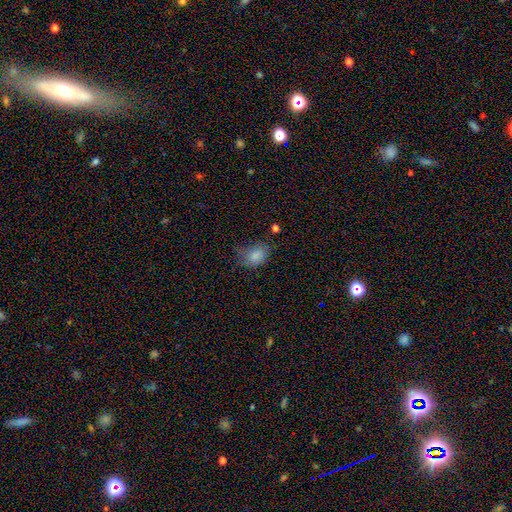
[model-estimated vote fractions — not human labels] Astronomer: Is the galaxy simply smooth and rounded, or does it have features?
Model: smooth — 80%.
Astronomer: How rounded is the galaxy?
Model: in between — 78%.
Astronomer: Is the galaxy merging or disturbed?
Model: none — 46% (runner-up: minor disturbance, 34%).